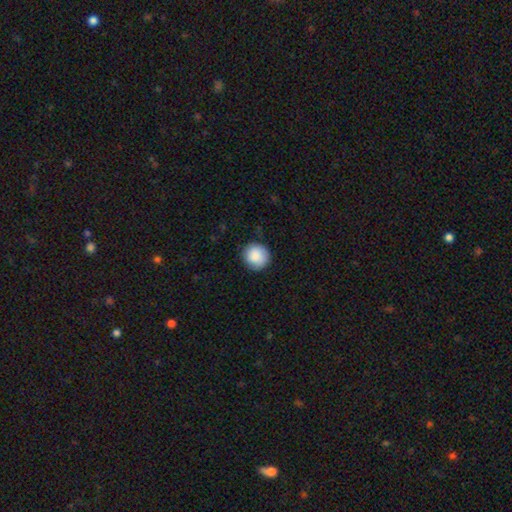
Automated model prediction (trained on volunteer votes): smooth-or-featured: smooth: 88% | star or artifact: 7% | featured or disk: 5%
  how-rounded: round: 94% | in between: 5% | cigar-shaped: 1%
  merging: none: 86% | minor disturbance: 11% | major disturbance: 2% | merger: 1%